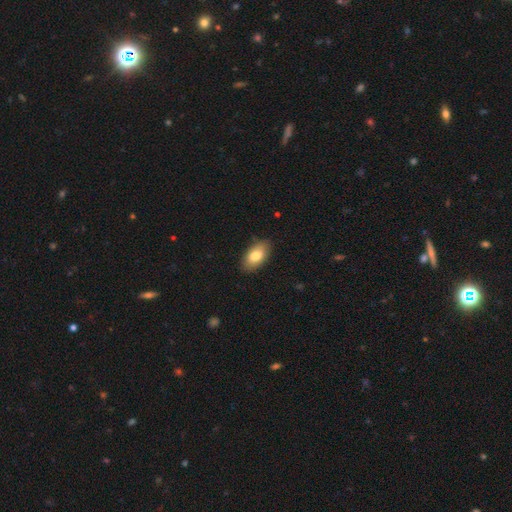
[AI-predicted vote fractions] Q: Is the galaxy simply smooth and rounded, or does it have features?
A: smooth — 79%.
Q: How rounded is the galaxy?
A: in between — 93%.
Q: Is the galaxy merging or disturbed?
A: none — 86%.